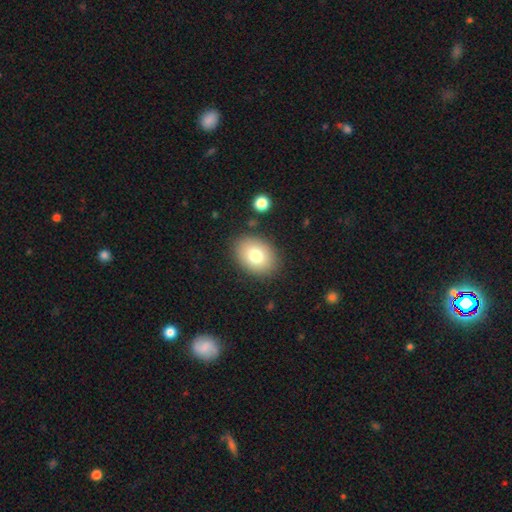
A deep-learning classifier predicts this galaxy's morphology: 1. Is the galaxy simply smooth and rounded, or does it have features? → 77% smooth, 13% featured or disk, 9% star or artifact.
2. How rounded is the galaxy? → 71% in between, 28% round, 1% cigar-shaped.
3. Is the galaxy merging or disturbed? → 86% none, 9% minor disturbance, 3% major disturbance, 2% merger.